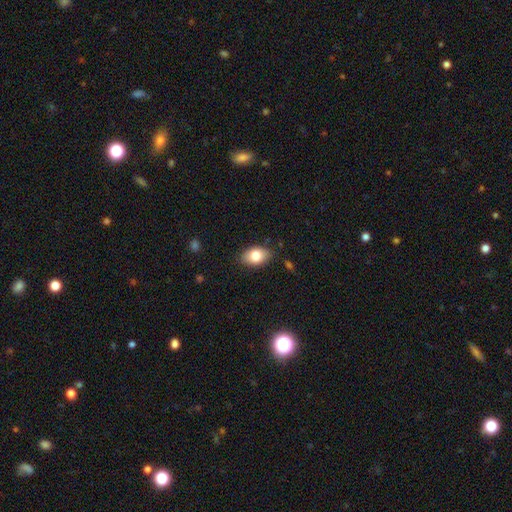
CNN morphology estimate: smooth-or-featured: smooth: 80% | featured or disk: 12% | star or artifact: 8%
  how-rounded: in between: 87% | round: 12% | cigar-shaped: 2%
  merging: none: 84% | minor disturbance: 13% | major disturbance: 3% | merger: 1%